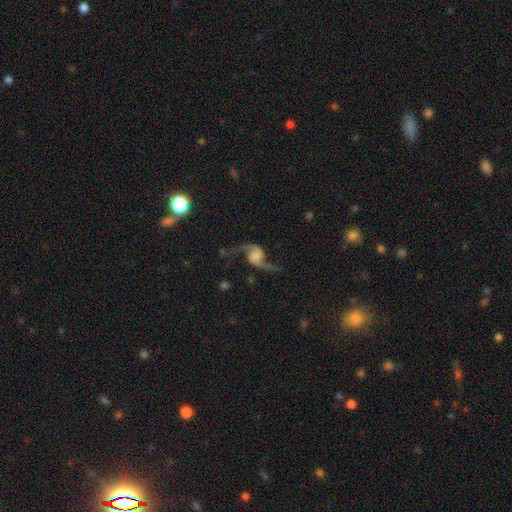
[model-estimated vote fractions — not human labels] Smooth or featured?
  - featured or disk: 88% *
  - smooth: 6%
  - star or artifact: 6%
Edge-on disk?
  - no: 96% *
  - yes: 4%
Bar?
  - no: 61% *
  - weak: 30%
  - strong: 9%
Spiral arms?
  - yes: 97% *
  - no: 3%
Spiral winding?
  - loose: 89% *
  - medium: 9%
  - tight: 2%
Spiral arm count?
  - 2: 94% *
  - 1: 2%
  - can't tell: 1%
  - 3: 1%
  - 4: 1%
  - more than 4: 1%
Bulge size?
  - none: 39% *
  - large: 23%
  - small: 13%
  - moderate: 13%
  - dominant: 11%
Merging?
  - none: 73% *
  - minor disturbance: 13%
  - major disturbance: 10%
  - merger: 3%